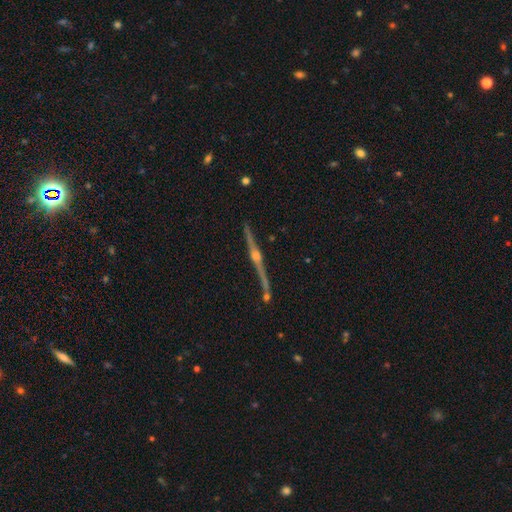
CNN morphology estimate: type=featured or disk (89%); edge-on=yes (98%); edge-on bulge=rounded (92%); merging=none (86%).